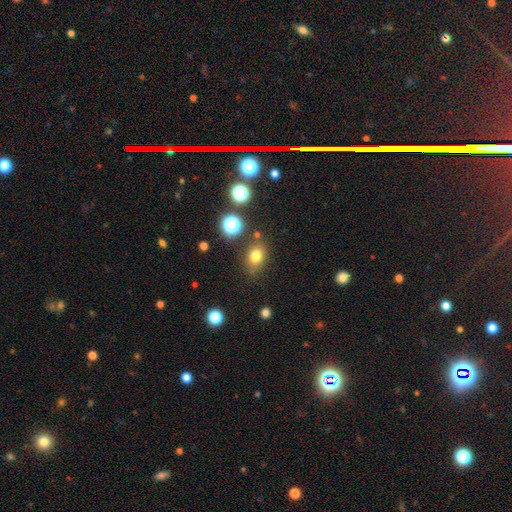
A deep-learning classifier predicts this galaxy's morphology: Q: Smooth or featured?
A: smooth (76%); runner-up: star or artifact (16%)
Q: How rounded?
A: in between (59%); runner-up: round (40%)
Q: Merging?
A: none (77%); runner-up: minor disturbance (14%)